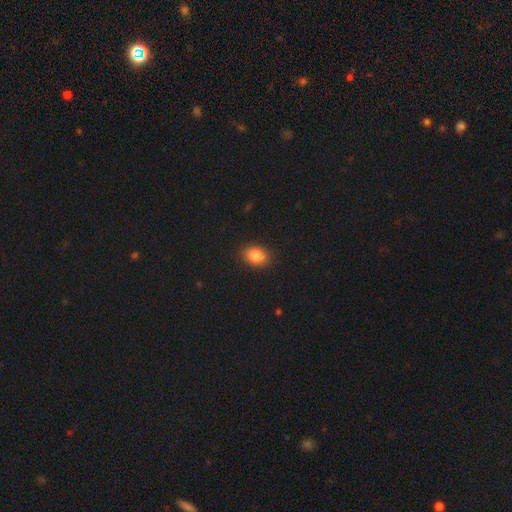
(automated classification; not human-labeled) Overall: smooth (84%). How rounded: in between (67%; round 32%). Merging: none (89%).